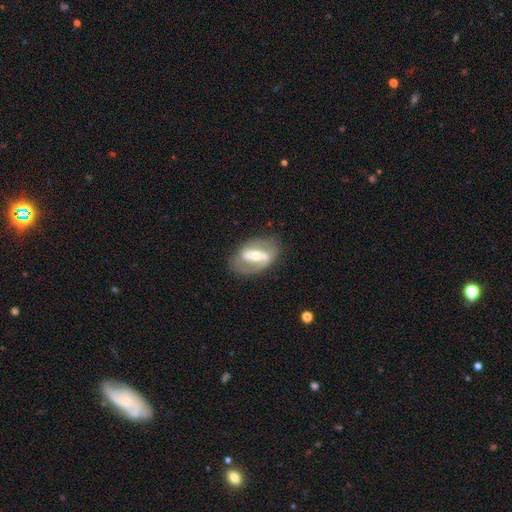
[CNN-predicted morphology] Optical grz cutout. It shows a featured or disk galaxy (74%) with a strong bar (68%), spiral arms (55%) and a moderate central bulge (57%). Merging: none (68%).